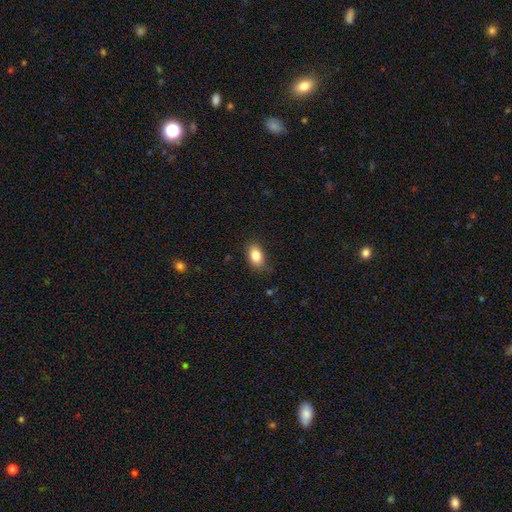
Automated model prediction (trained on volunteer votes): smooth 83%, star or artifact 8%, featured or disk 8%. Down the decision tree: how rounded — in between (87%); merging — none (82%).